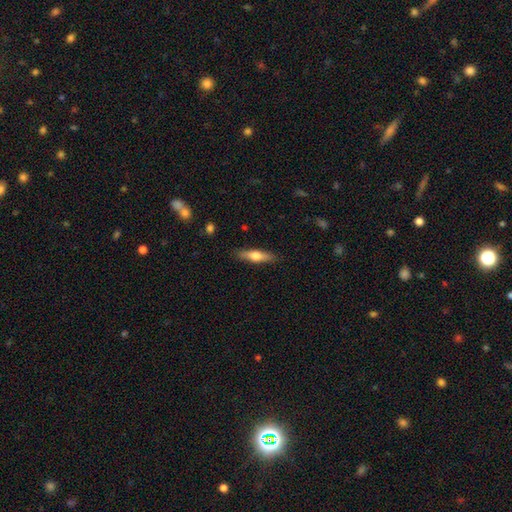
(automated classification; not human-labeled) A smooth galaxy with no disk features (53%) that is cigar-shaped (70%). Merging: none (88%).